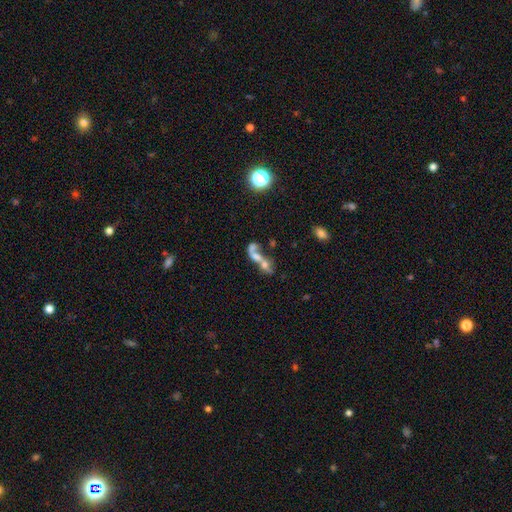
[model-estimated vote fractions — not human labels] This appears to be a smooth galaxy with no disk features (44%). Merging: merger (67%).